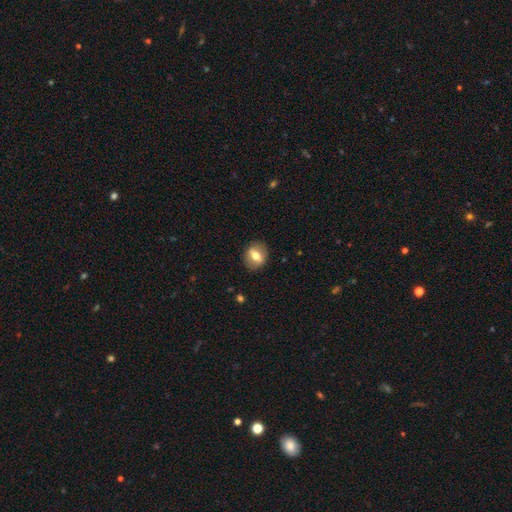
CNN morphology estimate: smooth 56%, featured or disk 36%, star or artifact 8%. Down the decision tree: how rounded — round (51%); merging — none (86%).